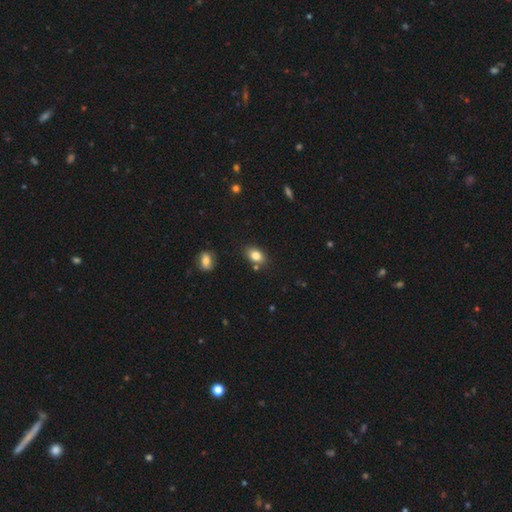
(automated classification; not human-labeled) Smooth or featured?
  - smooth: 82% *
  - star or artifact: 10%
  - featured or disk: 8%
How rounded?
  - in between: 82% *
  - round: 16%
  - cigar-shaped: 2%
Merging?
  - none: 79% *
  - minor disturbance: 12%
  - merger: 6%
  - major disturbance: 3%